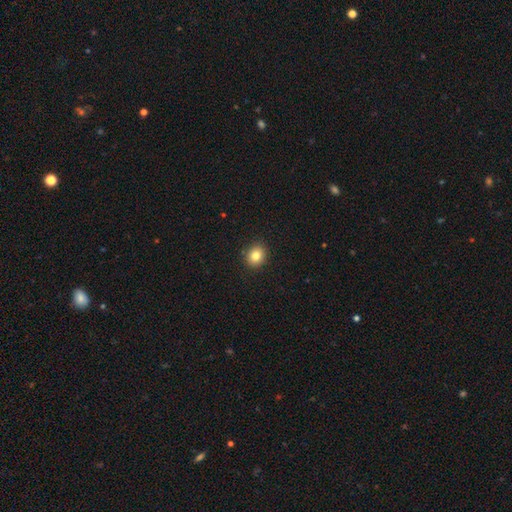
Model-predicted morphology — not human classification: Smooth or featured? smooth (82%)
How rounded? round (73%)
Merging? none (91%)